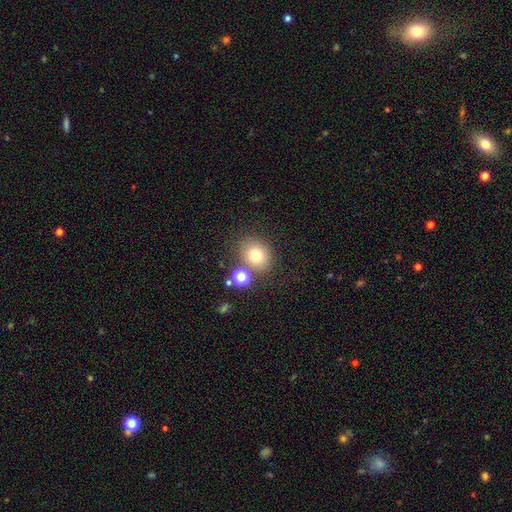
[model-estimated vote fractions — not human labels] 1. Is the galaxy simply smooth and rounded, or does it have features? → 75% smooth, 14% star or artifact, 11% featured or disk.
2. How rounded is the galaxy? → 72% round, 28% in between, 1% cigar-shaped.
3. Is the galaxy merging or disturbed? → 72% none, 14% merger, 11% minor disturbance, 4% major disturbance.